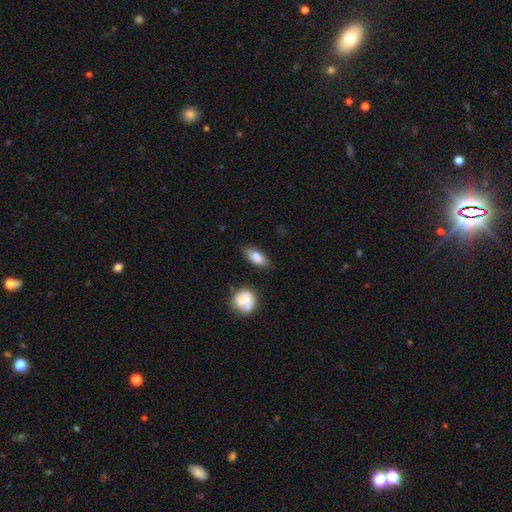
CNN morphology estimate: This appears to be a smooth galaxy with no disk features (81%) that is in between round and cigar-shaped (84%). Merging: none (77%).